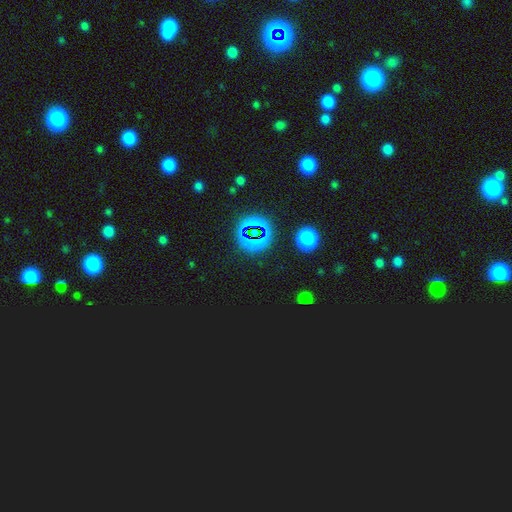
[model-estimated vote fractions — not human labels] Morphology: type=star or artifact (68%).